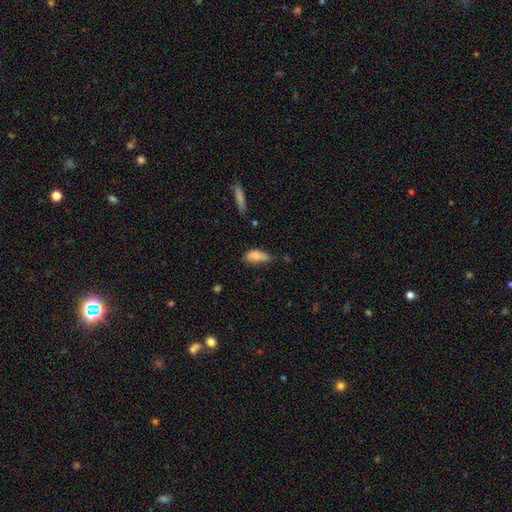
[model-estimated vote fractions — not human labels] This is likely a smooth galaxy (80%). How rounded: clearly in between (82%). Merging: marginally minor disturbance (44%).